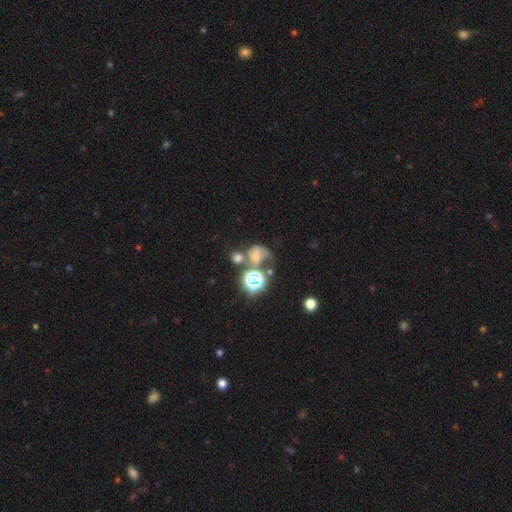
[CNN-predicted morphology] The model was most divided on "merging": merger: 36%, none: 27%, major disturbance: 22%, minor disturbance: 15%. Remaining: smooth or featured — smooth (50%).